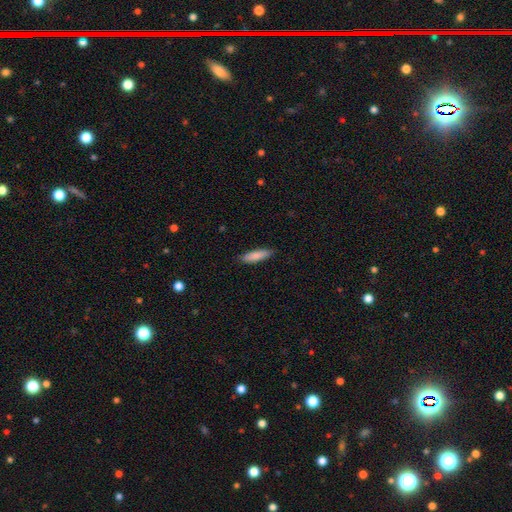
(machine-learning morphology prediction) smooth 86%, featured or disk 8%, star or artifact 6%. Down the decision tree: how rounded — cigar-shaped (58%); merging — none (87%).